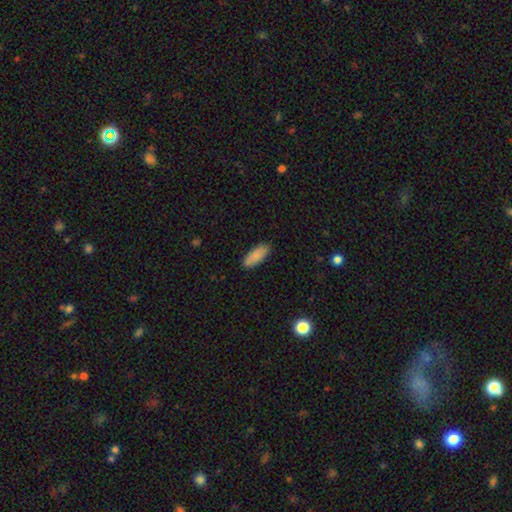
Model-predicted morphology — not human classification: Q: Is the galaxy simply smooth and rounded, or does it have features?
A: smooth — 89%.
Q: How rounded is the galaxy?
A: in between — 76%.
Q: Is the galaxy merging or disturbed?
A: none — 88%.